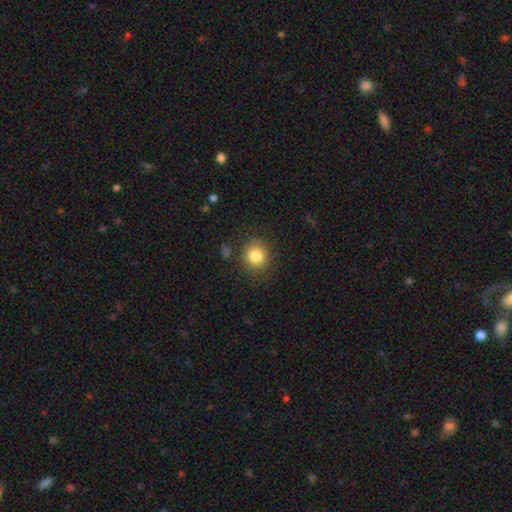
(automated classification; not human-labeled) smooth 83%, star or artifact 10%, featured or disk 7%. Down the decision tree: how rounded — round (88%); merging — none (84%).